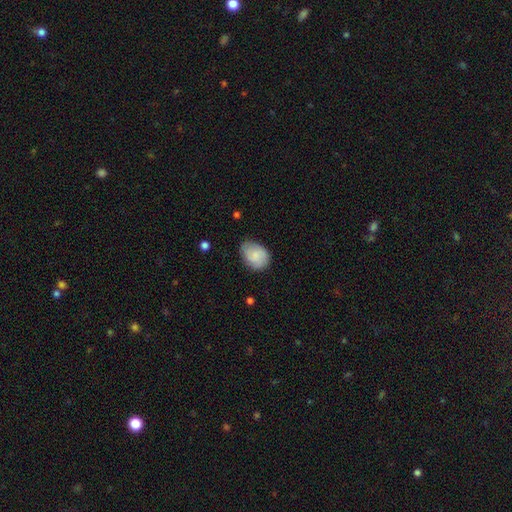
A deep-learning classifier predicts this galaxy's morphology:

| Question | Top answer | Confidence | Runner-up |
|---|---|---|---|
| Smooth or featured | smooth | 80% | featured or disk (14%) |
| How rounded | in between | 72% | round (27%) |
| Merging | none | 66% | minor disturbance (27%) |